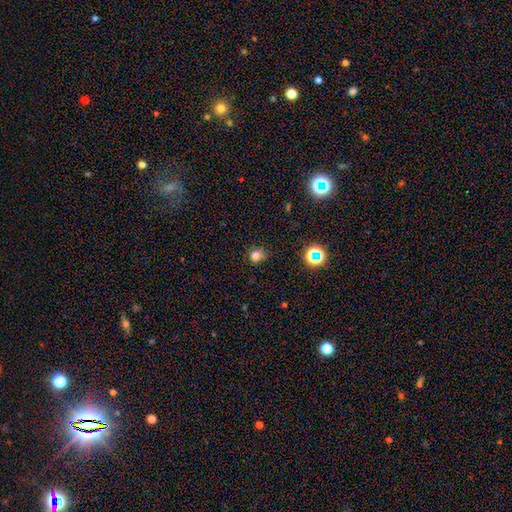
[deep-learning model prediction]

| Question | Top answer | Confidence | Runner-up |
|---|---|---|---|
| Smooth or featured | smooth | 75% | star or artifact (20%) |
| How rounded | round | 79% | in between (20%) |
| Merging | none | 73% | minor disturbance (19%) |